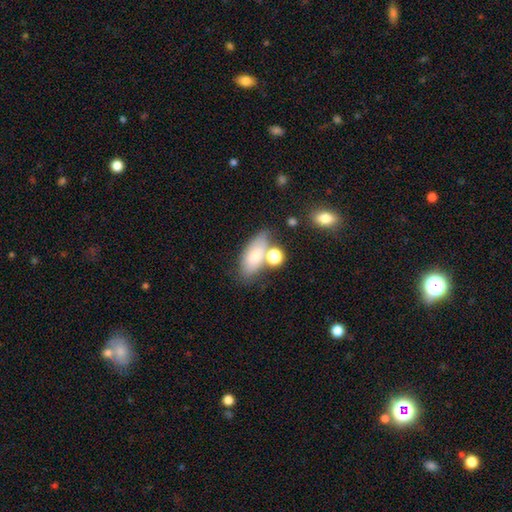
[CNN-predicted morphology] This appears to be a smooth galaxy with no disk features (73%) that is in between round and cigar-shaped (82%). Merging: none (53%).